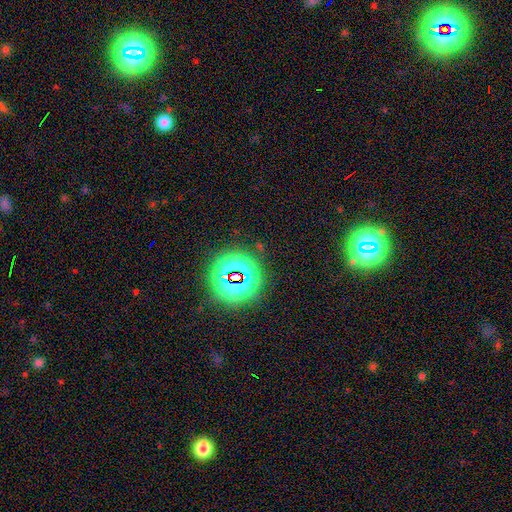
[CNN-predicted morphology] star or artifact 78%, smooth 15%, featured or disk 7%.